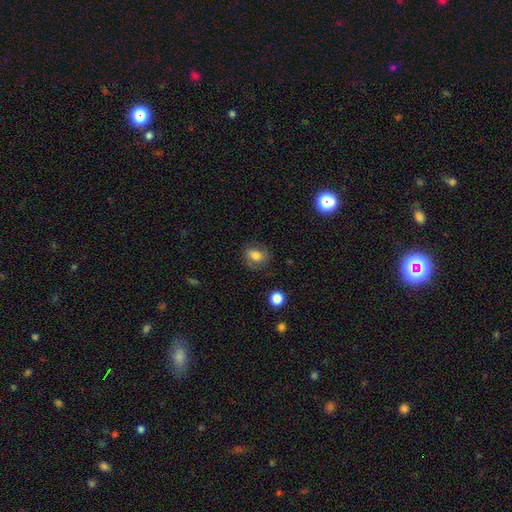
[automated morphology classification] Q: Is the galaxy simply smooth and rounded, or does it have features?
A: smooth — 76%.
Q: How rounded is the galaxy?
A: in between — 61%.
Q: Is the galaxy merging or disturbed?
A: none — 74%.